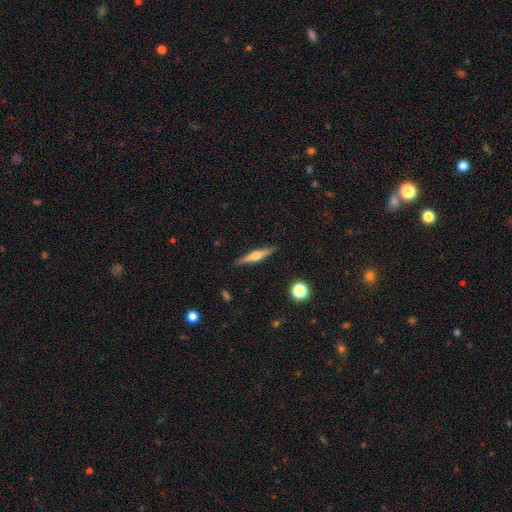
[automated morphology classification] Smooth or featured? Predicted: featured or disk (p=0.57). Edge-on disk? Predicted: yes (p=0.96). Edge-on bulge? Predicted: rounded (p=0.87). Merging? Predicted: none (p=0.89).